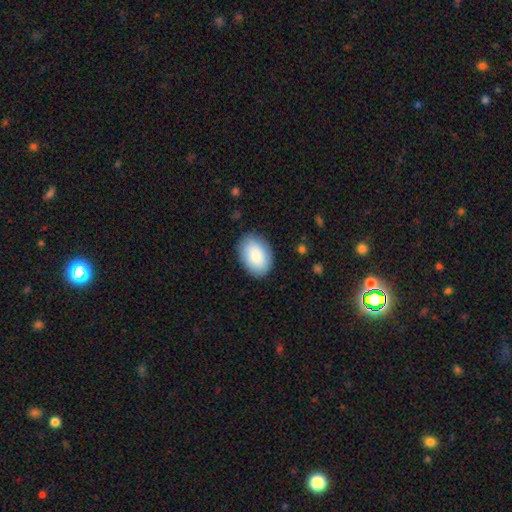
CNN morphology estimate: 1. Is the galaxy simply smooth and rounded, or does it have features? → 86% smooth, 8% featured or disk, 6% star or artifact.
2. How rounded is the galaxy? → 84% in between, 15% round, 1% cigar-shaped.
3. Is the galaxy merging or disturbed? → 86% none, 11% minor disturbance, 3% major disturbance, 1% merger.